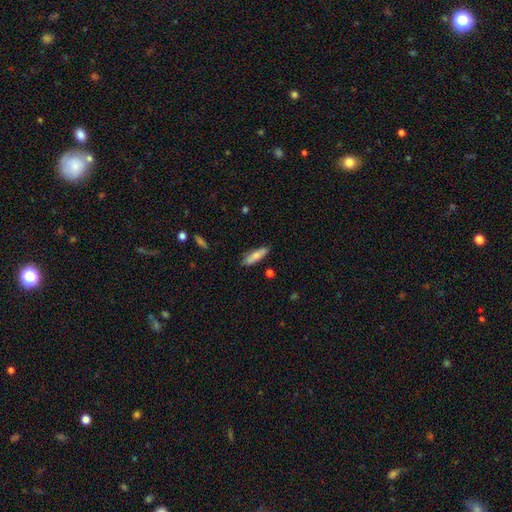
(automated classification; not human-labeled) This is likely a smooth galaxy (78%). How rounded: possibly cigar-shaped (60%). Merging: clearly none (82%).